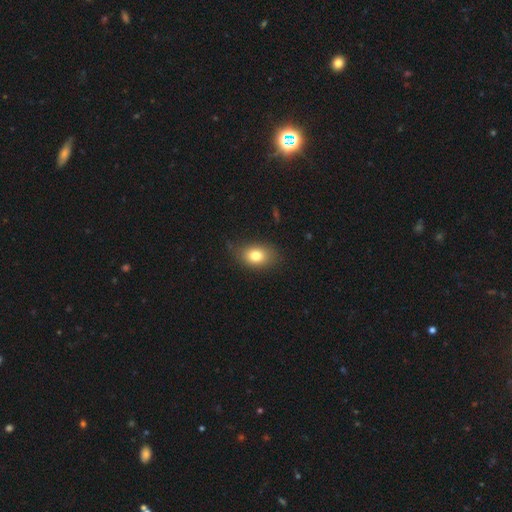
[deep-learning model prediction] smooth_or_featured: smooth (p=0.78) [alt: featured or disk p=0.12]
how_rounded: in between (p=0.77) [alt: round p=0.22]
merging: none (p=0.76) [alt: minor disturbance p=0.19]